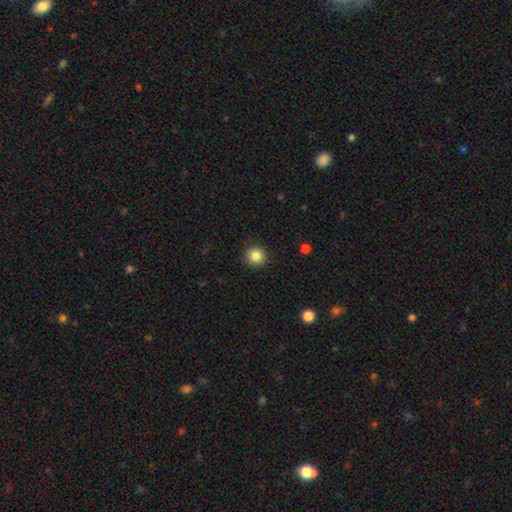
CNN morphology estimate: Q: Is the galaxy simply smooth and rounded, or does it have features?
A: smooth — 85%.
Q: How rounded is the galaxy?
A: round — 94%.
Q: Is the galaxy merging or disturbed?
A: none — 91%.